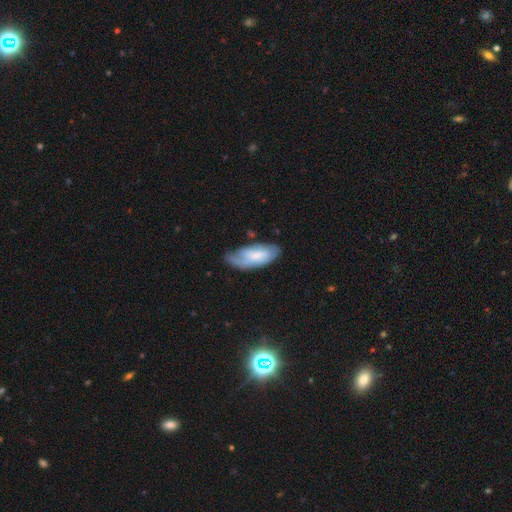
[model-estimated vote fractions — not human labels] Morphology: type=smooth (50%); roundness=in between (86%); merging=none (49%).